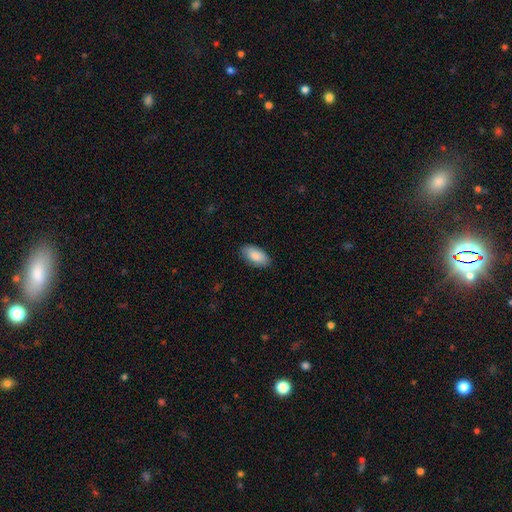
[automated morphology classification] This is clearly a smooth galaxy (87%). How rounded: clearly in between (94%). Merging: clearly none (85%).